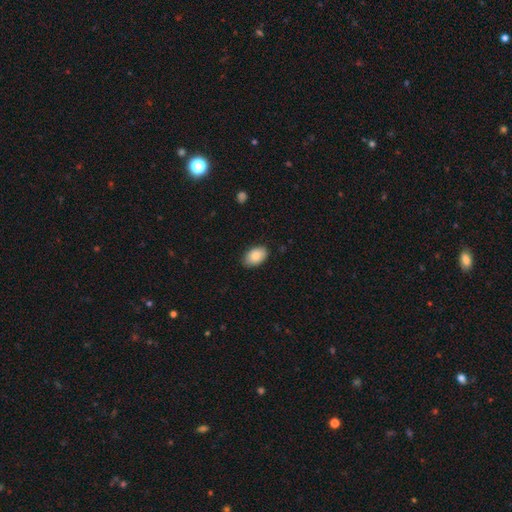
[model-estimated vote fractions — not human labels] Smooth or featured: smooth — 87% (star or artifact — 7%)
How rounded: in between — 93% (round — 6%)
Merging: none — 85% (minor disturbance — 12%)